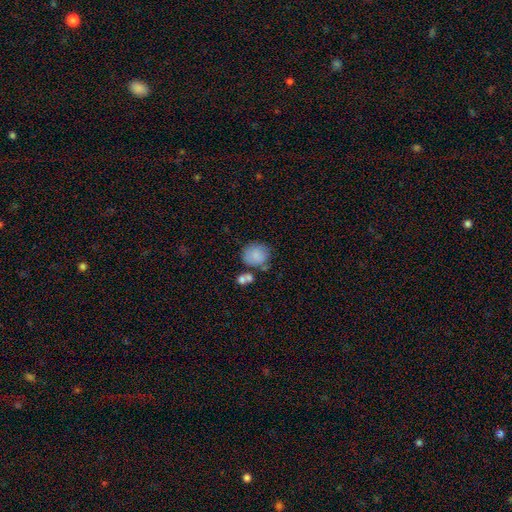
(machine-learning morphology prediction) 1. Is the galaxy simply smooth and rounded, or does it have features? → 82% smooth, 11% featured or disk, 8% star or artifact.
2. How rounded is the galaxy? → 81% round, 18% in between, 1% cigar-shaped.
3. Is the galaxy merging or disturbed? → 60% none, 19% minor disturbance, 15% merger, 7% major disturbance.